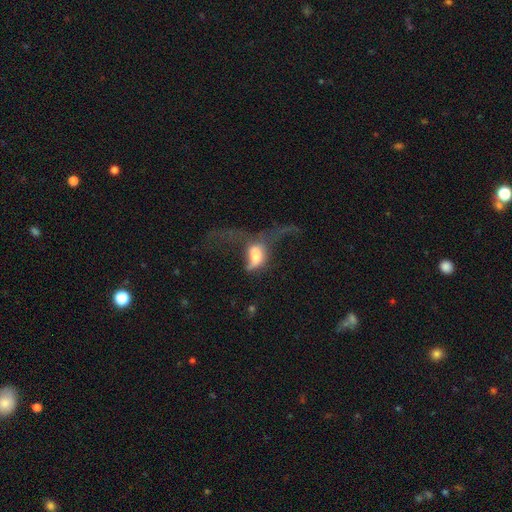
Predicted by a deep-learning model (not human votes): Smooth or featured?
  - smooth: 49% *
  - featured or disk: 42%
  - star or artifact: 9%
Merging?
  - major disturbance: 64% *
  - merger: 17%
  - none: 11%
  - minor disturbance: 9%